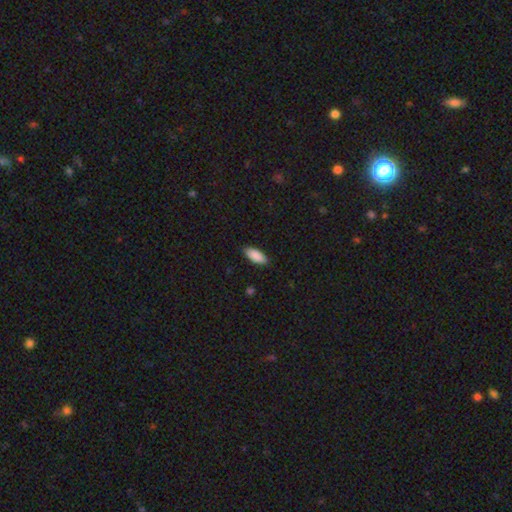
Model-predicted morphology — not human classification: Overall: smooth (90%). How rounded: in between (83%). Merging: none (87%).